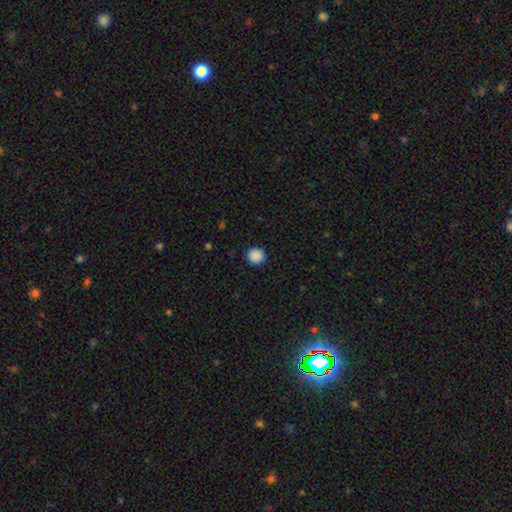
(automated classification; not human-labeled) The model was most divided on "smooth or featured": smooth: 89%, star or artifact: 9%, featured or disk: 2%. More confident: how rounded — round (92%); merging — none (92%).